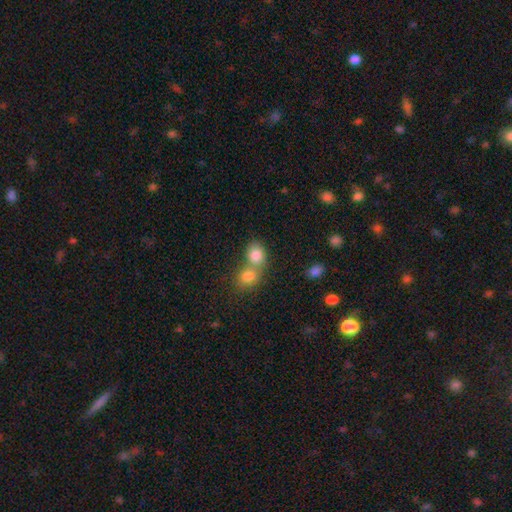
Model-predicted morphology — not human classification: Overall: smooth (82%). How rounded: round (61%; in between 38%). Merging: merger (58%; none 33%).